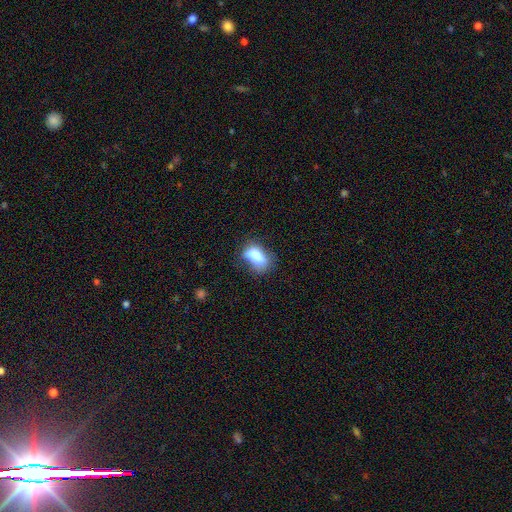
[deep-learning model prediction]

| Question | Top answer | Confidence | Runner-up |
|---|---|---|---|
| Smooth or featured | smooth | 77% | featured or disk (14%) |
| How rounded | in between | 87% | round (8%) |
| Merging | none | 44% | minor disturbance (33%) |